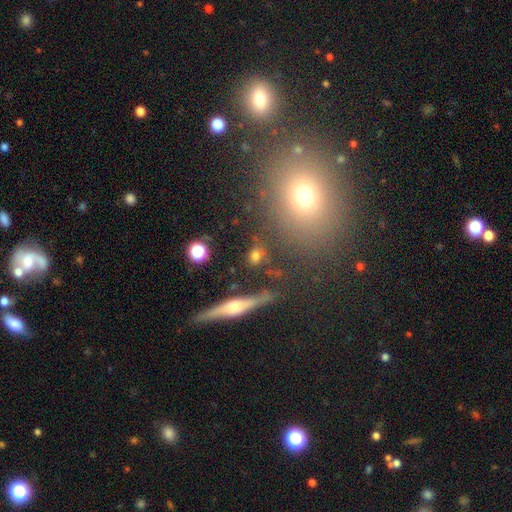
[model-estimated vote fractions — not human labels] Morphology: type=smooth (71%); roundness=round (58%); merging=none (73%).